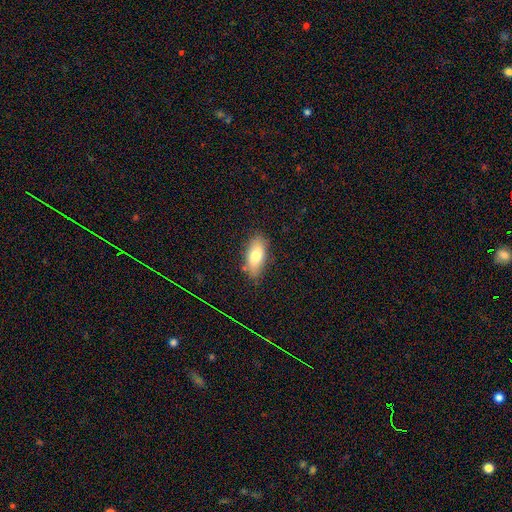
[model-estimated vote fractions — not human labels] Smooth or featured: smooth — 76% (featured or disk — 16%)
How rounded: in between — 85% (cigar-shaped — 12%)
Merging: none — 78% (minor disturbance — 17%)